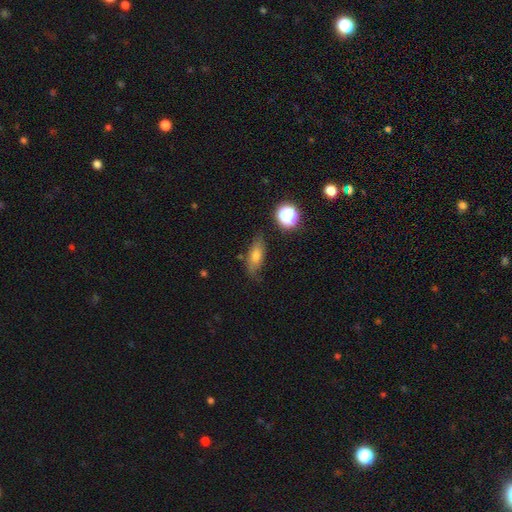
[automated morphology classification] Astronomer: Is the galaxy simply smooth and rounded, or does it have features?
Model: smooth — 63%.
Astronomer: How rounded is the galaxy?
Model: in between — 69%.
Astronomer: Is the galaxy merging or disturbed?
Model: none — 68%.